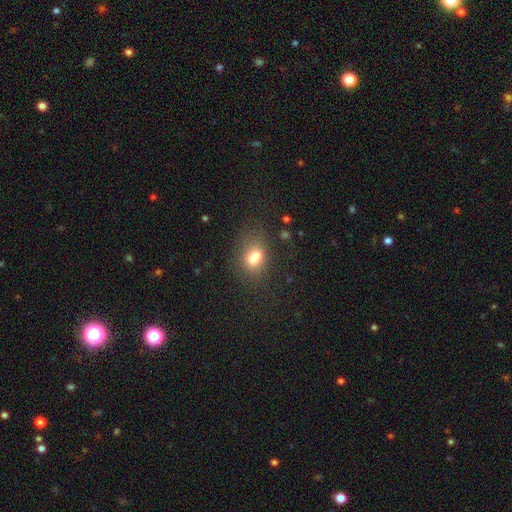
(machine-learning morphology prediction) Smooth or featured?
  - smooth: 74% *
  - featured or disk: 14%
  - star or artifact: 12%
How rounded?
  - in between: 72% *
  - round: 26%
  - cigar-shaped: 2%
Merging?
  - none: 53% *
  - minor disturbance: 20%
  - merger: 17%
  - major disturbance: 11%